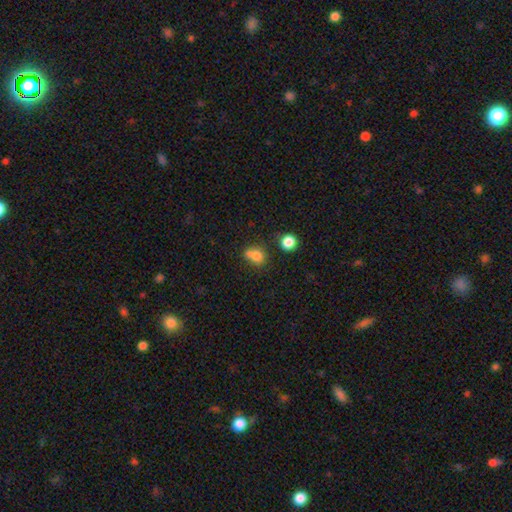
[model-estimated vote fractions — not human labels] smooth-or-featured: smooth: 77% | star or artifact: 13% | featured or disk: 10%
  how-rounded: round: 50% | in between: 48% | cigar-shaped: 2%
  merging: none: 41% | merger: 31% | minor disturbance: 19% | major disturbance: 8%